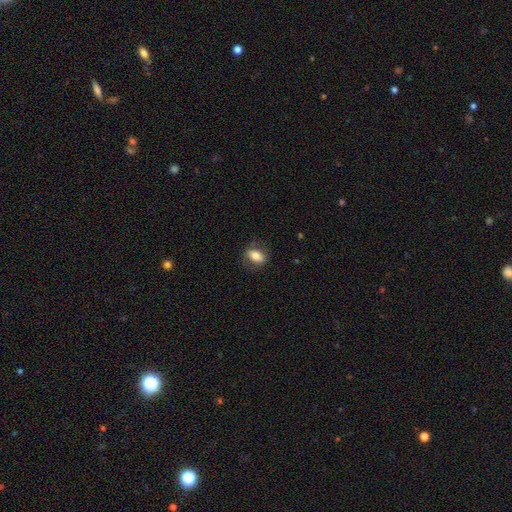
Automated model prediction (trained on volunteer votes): smooth_or_featured: smooth (p=0.69) [alt: featured or disk p=0.24]
how_rounded: in between (p=0.82) [alt: round p=0.14]
merging: none (p=0.75) [alt: minor disturbance p=0.16]